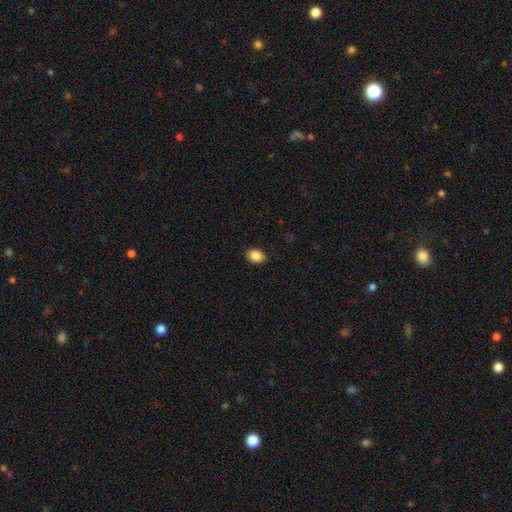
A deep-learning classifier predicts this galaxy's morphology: Overall: smooth (88%). How rounded: in between (78%). Merging: none (89%).